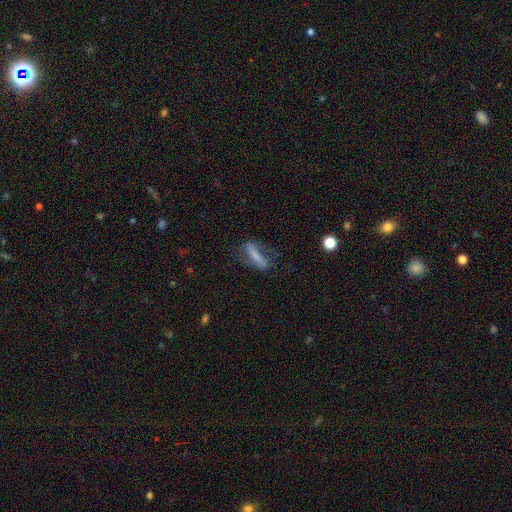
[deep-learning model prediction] Smooth or featured: smooth — 56% (featured or disk — 34%)
How rounded: cigar-shaped — 76% (in between — 21%)
Merging: none — 59% (minor disturbance — 22%)